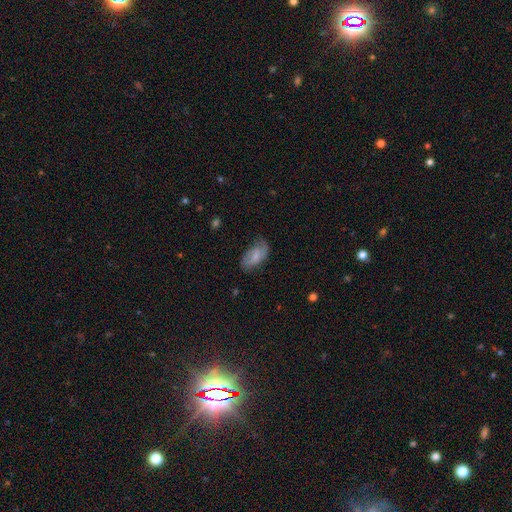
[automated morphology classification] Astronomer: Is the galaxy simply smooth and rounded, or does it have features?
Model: smooth — 67%.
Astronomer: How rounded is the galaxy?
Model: in between — 92%.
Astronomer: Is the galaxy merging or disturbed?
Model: none — 57%.